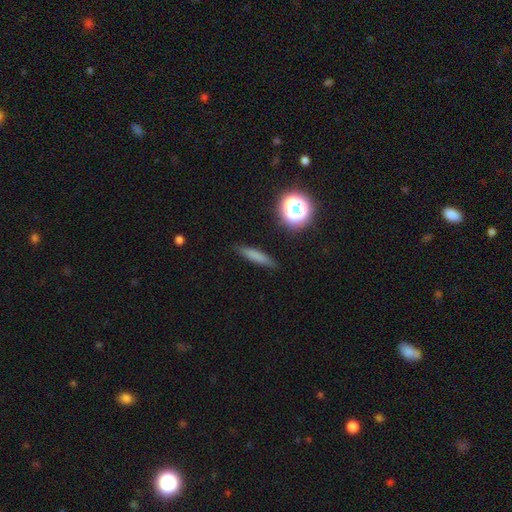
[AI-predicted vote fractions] Overall: smooth (71%). How rounded: cigar-shaped (83%). Merging: none (84%).